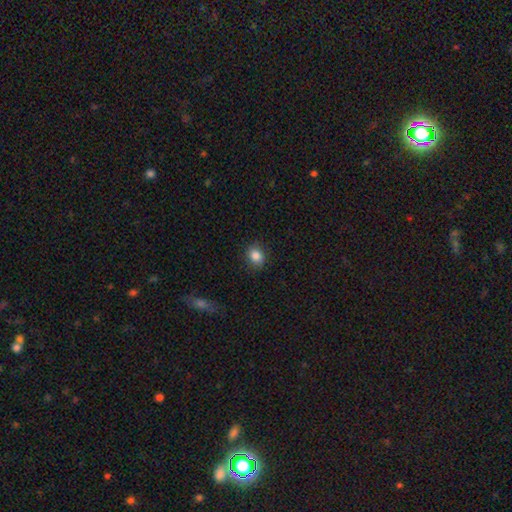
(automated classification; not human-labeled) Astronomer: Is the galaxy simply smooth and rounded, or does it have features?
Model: smooth — 85%.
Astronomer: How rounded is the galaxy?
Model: round — 54% (runner-up: in between, 45%).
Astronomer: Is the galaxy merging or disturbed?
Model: none — 83%.